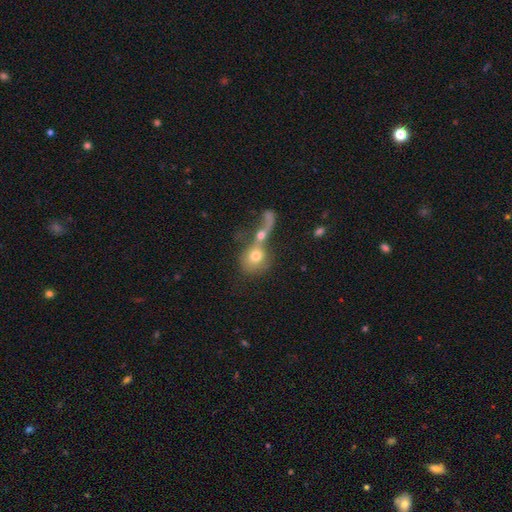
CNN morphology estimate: type=smooth (65%); roundness=round (69%); merging=merger (69%).